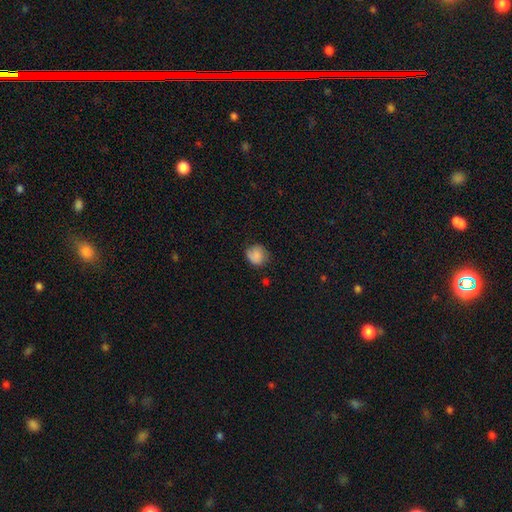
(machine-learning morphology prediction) smooth 79%, featured or disk 12%, star or artifact 8%. Down the decision tree: how rounded — round (79%); merging — none (66%).